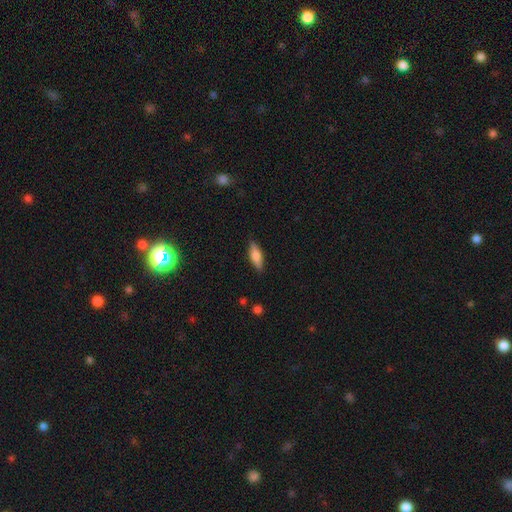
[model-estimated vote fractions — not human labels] Overall: smooth (64%; featured or disk 30%). How rounded: in between (52%; cigar-shaped 45%). Merging: none (86%).